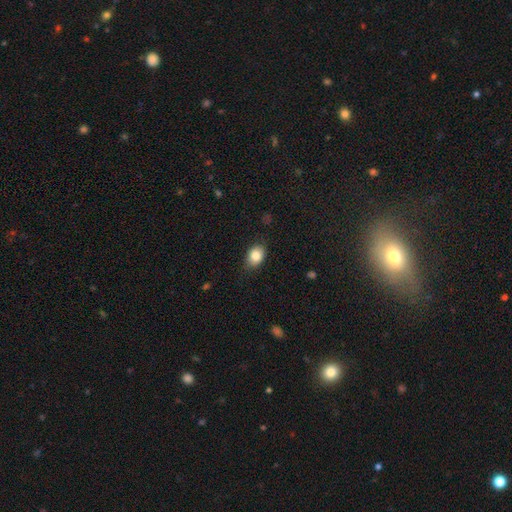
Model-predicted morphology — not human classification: smooth 85%, star or artifact 8%, featured or disk 7%. Down the decision tree: how rounded — in between (72%); merging — none (81%).